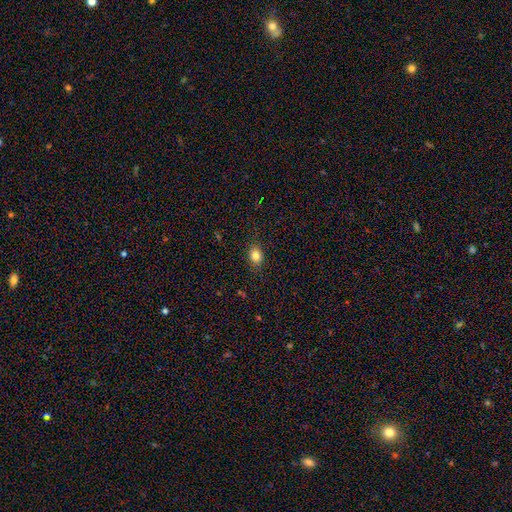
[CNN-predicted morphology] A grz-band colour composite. It shows a smooth galaxy with no disk features (82%) that is in between round and cigar-shaped (61%). Merging: none (86%).